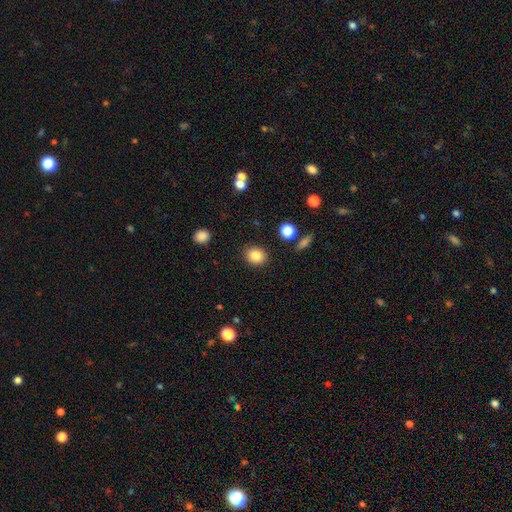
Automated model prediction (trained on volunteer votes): Smooth or featured? Predicted: smooth (p=0.84). How rounded? Predicted: round (p=0.68). Merging? Predicted: none (p=0.88).